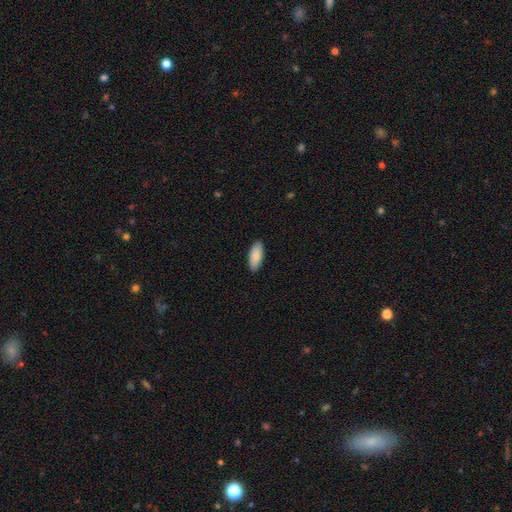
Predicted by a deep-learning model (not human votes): Morphology: type=smooth (84%); roundness=in between (85%); merging=none (89%).